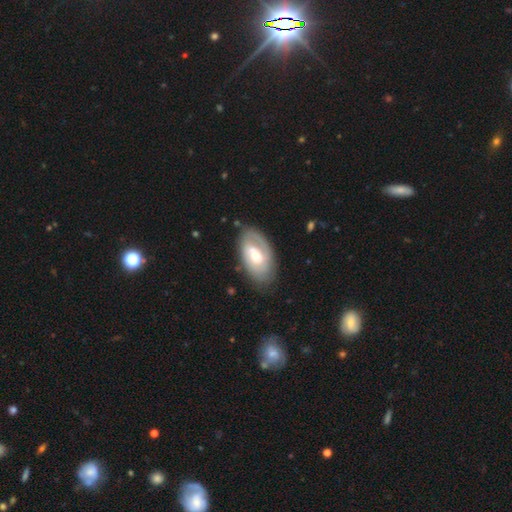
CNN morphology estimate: smooth_or_featured: featured or disk (p=0.68) [alt: smooth p=0.27]
disk_edge_on: no (p=0.94) [alt: yes p=0.06]
bar: weak (p=0.47) [alt: no p=0.39]
has_spiral_arms: yes (p=0.77) [alt: no p=0.23]
bulge_size: moderate (p=0.65) [alt: small p=0.26]
merging: none (p=0.74) [alt: minor disturbance p=0.18]